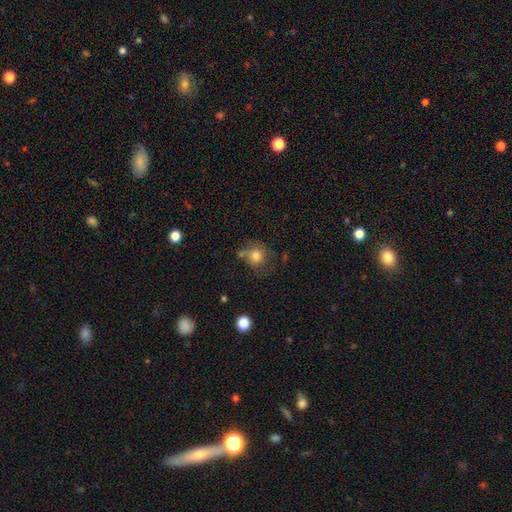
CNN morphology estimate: The model was most divided on "merging": none: 50%, minor disturbance: 23%, major disturbance: 15%, merger: 12%. More confident: how rounded — round (80%); smooth or featured — smooth (74%).